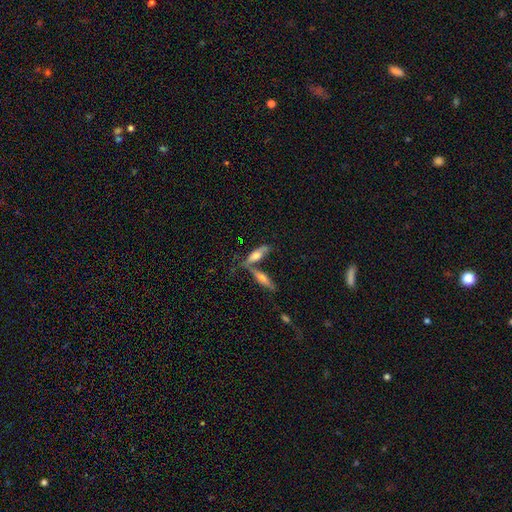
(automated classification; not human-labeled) smooth_or_featured: smooth (p=0.49) [alt: featured or disk p=0.43]
merging: none (p=0.46) [alt: merger p=0.36]